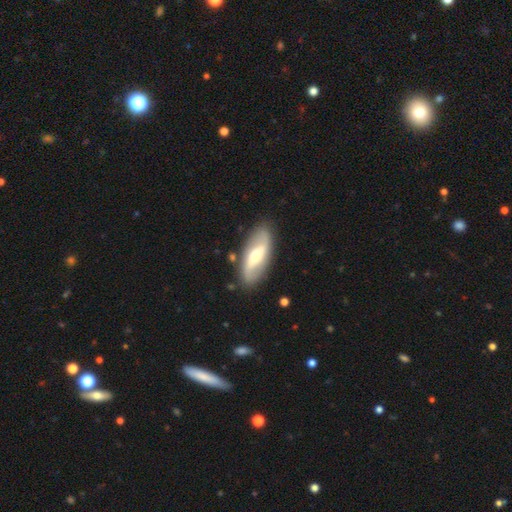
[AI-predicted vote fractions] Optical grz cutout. It shows a featured or disk galaxy (66%) with a weak bar (38%), spiral arms (78%) and a moderate central bulge (61%). Merging: none (85%).